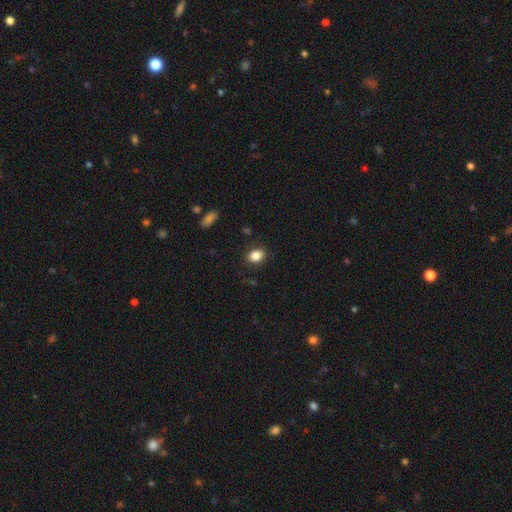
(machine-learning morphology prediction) Q: Smooth or featured?
A: smooth (84%); runner-up: star or artifact (10%)
Q: How rounded?
A: in between (55%); runner-up: round (44%)
Q: Merging?
A: none (87%); runner-up: minor disturbance (9%)